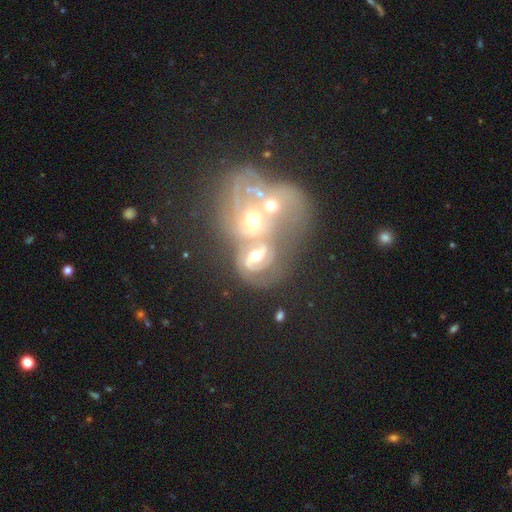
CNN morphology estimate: Q: Smooth or featured?
A: featured or disk (76%); runner-up: smooth (15%)
Q: Edge-on disk?
A: no (97%); runner-up: yes (3%)
Q: Bar?
A: weak (39%); runner-up: no (34%)
Q: Spiral arms?
A: yes (91%); runner-up: no (9%)
Q: Spiral winding?
A: medium (48%); runner-up: tight (39%)
Q: Spiral arm count?
A: 2 (78%); runner-up: can't tell (8%)
Q: Bulge size?
A: moderate (66%); runner-up: small (20%)
Q: Merging?
A: merger (60%); runner-up: none (24%)